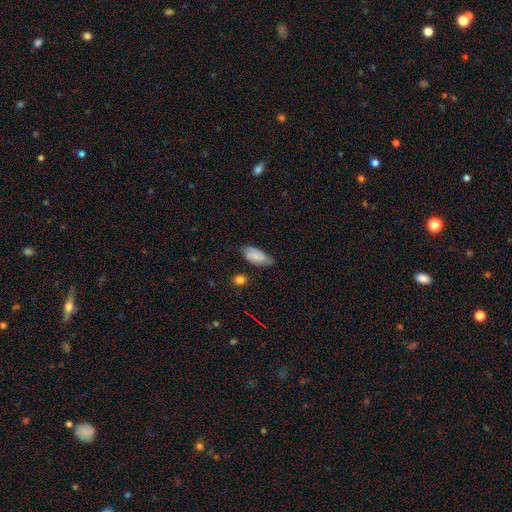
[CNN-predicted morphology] This appears to be a smooth galaxy with no disk features (65%) that is in between round and cigar-shaped (90%). Merging: none (54%).